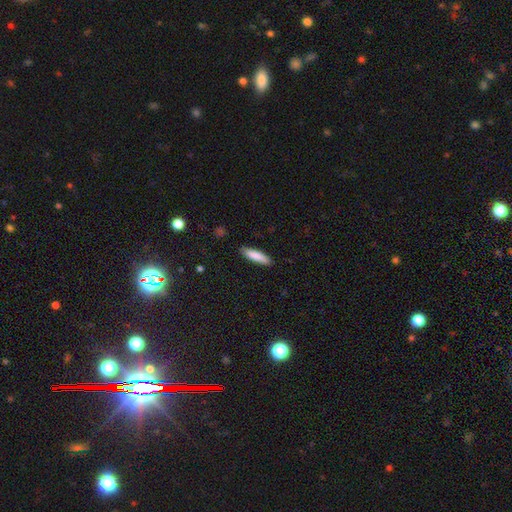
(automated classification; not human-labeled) A smooth galaxy with no disk features (85%) that is cigar-shaped (69%).

Vote fractions:
- Smooth or featured? smooth: 85% / featured or disk: 9% / star or artifact: 6%
- How rounded? cigar-shaped: 69% / in between: 29% / round: 1%
- Merging? none: 87% / minor disturbance: 10% / major disturbance: 2% / merger: 1%